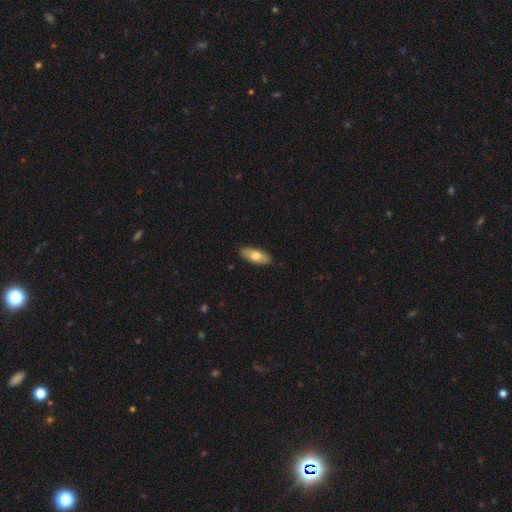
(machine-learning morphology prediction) Q: Smooth or featured?
A: smooth (69%); runner-up: featured or disk (25%)
Q: How rounded?
A: in between (75%); runner-up: cigar-shaped (22%)
Q: Merging?
A: none (88%); runner-up: minor disturbance (9%)